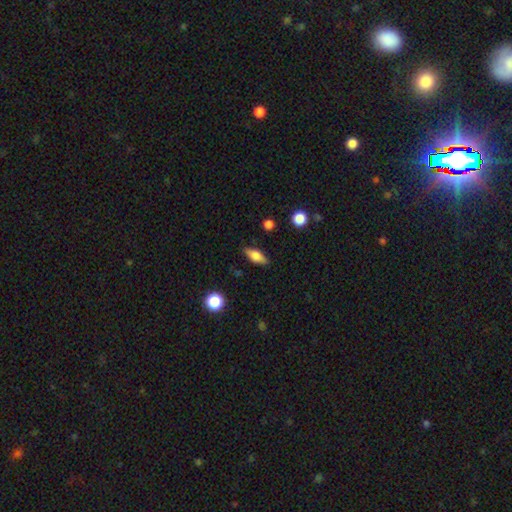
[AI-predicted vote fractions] smooth_or_featured: smooth (p=0.56) [alt: featured or disk p=0.35]
how_rounded: in between (p=0.65) [alt: cigar-shaped p=0.29]
merging: none (p=0.84) [alt: minor disturbance p=0.12]